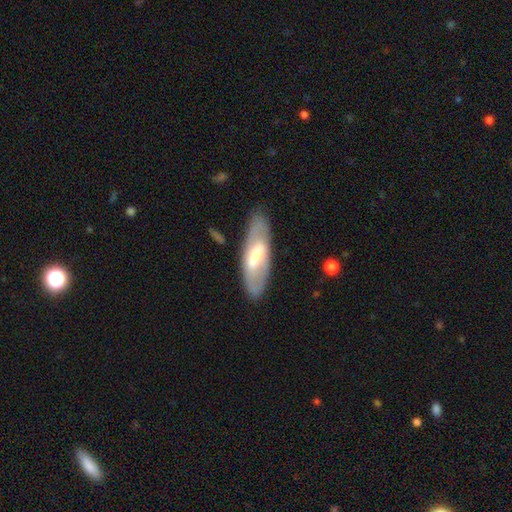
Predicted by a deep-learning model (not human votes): The model was most divided on "smooth or featured": featured or disk: 52%, smooth: 42%, star or artifact: 6%. More confident: merging — none (82%); edge-on disk — no (75%).